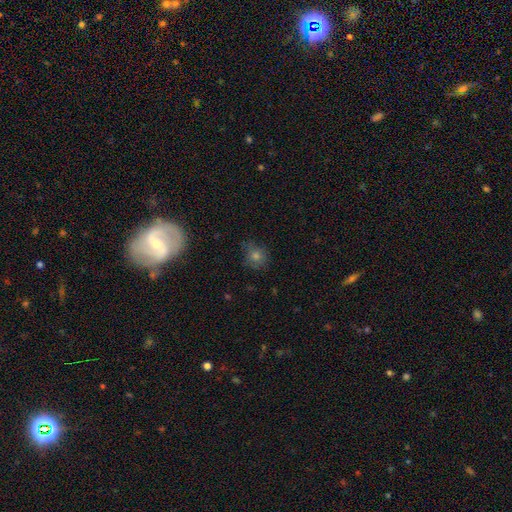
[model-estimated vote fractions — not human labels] Smooth or featured? smooth (55%)
How rounded? round (76%)
Merging? none (72%)